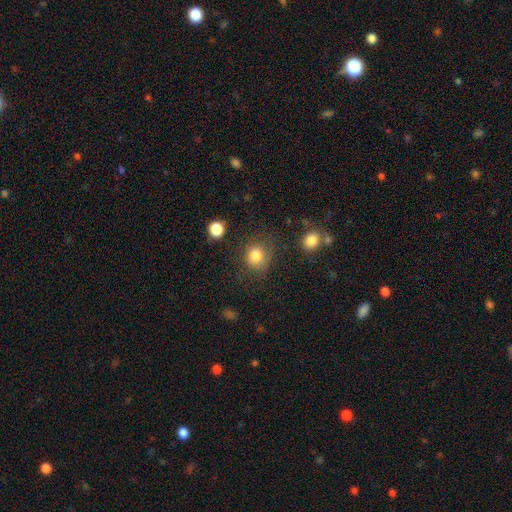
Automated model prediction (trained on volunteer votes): Smooth or featured? Predicted: smooth (p=0.82). How rounded? Predicted: round (p=0.80). Merging? Predicted: none (p=0.75).